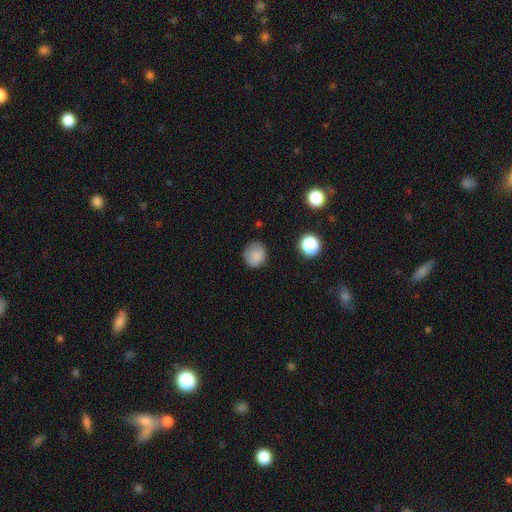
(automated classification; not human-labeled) smooth-or-featured: smooth: 84% | star or artifact: 10% | featured or disk: 6%
  how-rounded: round: 80% | in between: 19% | cigar-shaped: 1%
  merging: none: 80% | minor disturbance: 15% | major disturbance: 4% | merger: 1%